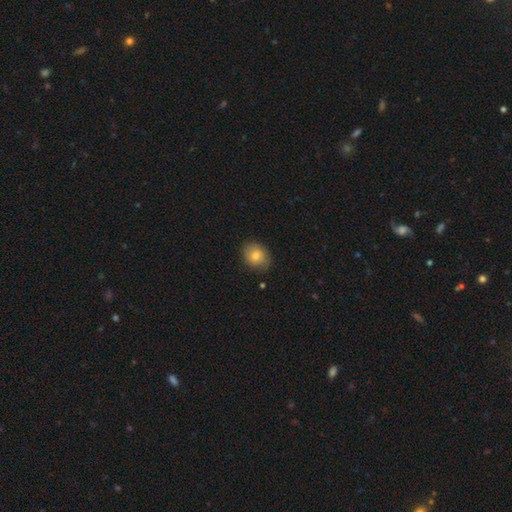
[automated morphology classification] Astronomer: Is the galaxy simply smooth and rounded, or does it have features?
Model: smooth — 76%.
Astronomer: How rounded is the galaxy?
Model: round — 58% (runner-up: in between, 41%).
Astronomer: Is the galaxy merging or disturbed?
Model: none — 80%.